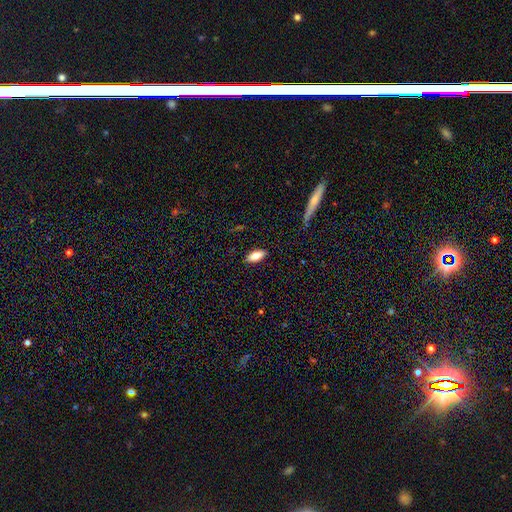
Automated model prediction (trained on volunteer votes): Overall: smooth (80%). How rounded: in between (84%). Merging: none (89%).